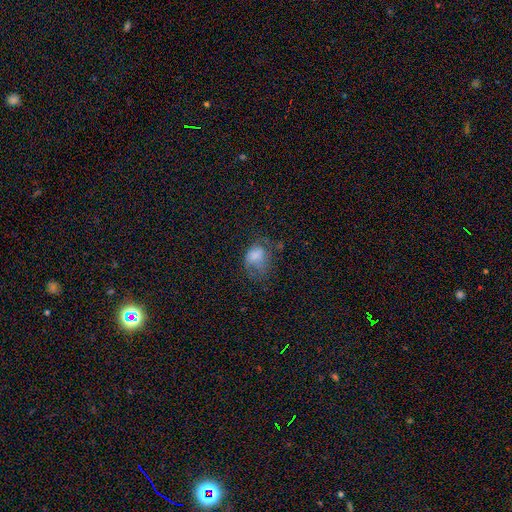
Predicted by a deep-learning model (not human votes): smooth_or_featured: smooth (p=0.72) [alt: featured or disk p=0.16]
how_rounded: in between (p=0.65) [alt: round p=0.34]
merging: major disturbance (p=0.36) [alt: none p=0.33]